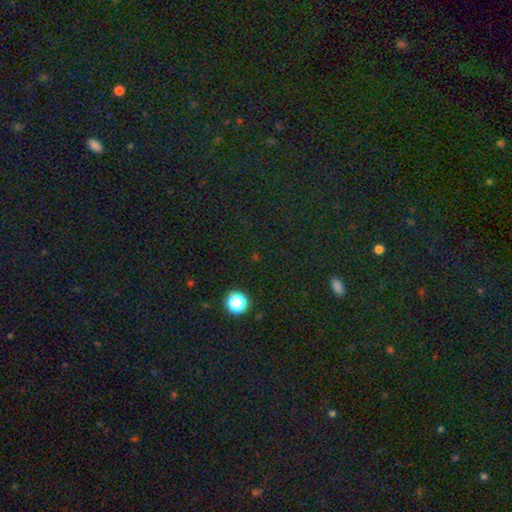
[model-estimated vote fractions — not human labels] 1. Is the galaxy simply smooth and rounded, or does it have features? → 71% star or artifact, 23% smooth, 7% featured or disk.